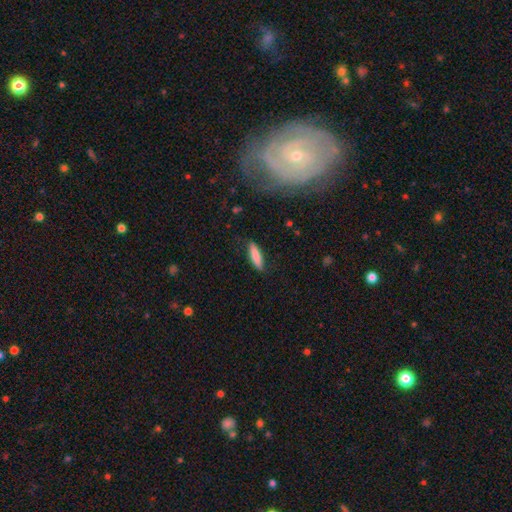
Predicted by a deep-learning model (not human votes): smooth-or-featured: smooth: 82% | featured or disk: 12% | star or artifact: 6%
  how-rounded: cigar-shaped: 71% | in between: 27% | round: 2%
  merging: none: 82% | minor disturbance: 13% | major disturbance: 3% | merger: 1%